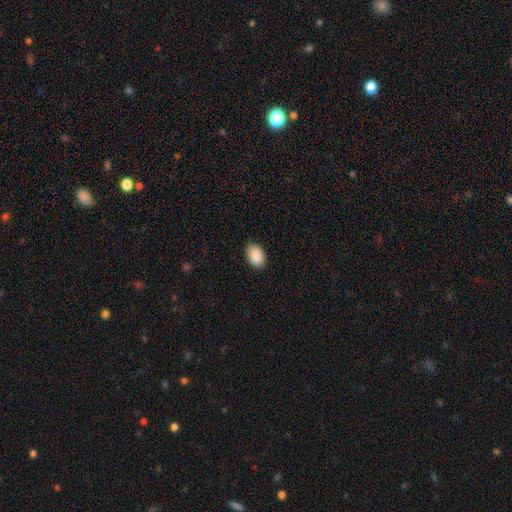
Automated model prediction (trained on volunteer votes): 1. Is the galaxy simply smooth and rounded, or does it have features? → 91% smooth, 6% star or artifact, 3% featured or disk.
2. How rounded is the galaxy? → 90% in between, 9% round, 1% cigar-shaped.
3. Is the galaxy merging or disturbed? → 86% none, 11% minor disturbance, 2% major disturbance, 1% merger.